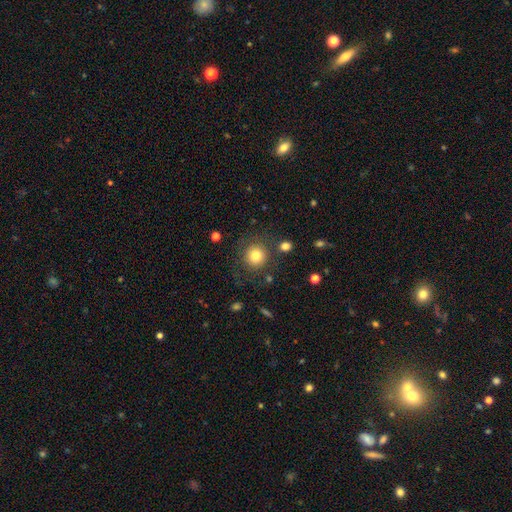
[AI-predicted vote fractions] smooth_or_featured: smooth (p=0.81) [alt: star or artifact p=0.10]
how_rounded: round (p=0.91) [alt: in between p=0.08]
merging: none (p=0.80) [alt: minor disturbance p=0.10]